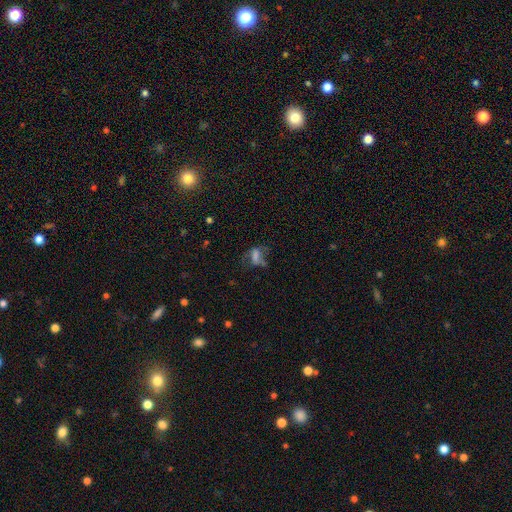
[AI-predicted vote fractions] Smooth or featured: smooth — 49% (featured or disk — 34%)
Merging: major disturbance — 38% (none — 34%)